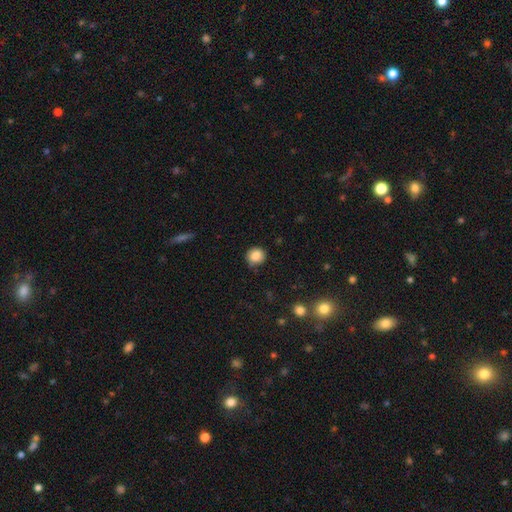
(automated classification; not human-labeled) Smooth or featured? smooth (85%)
How rounded? round (88%)
Merging? none (78%)